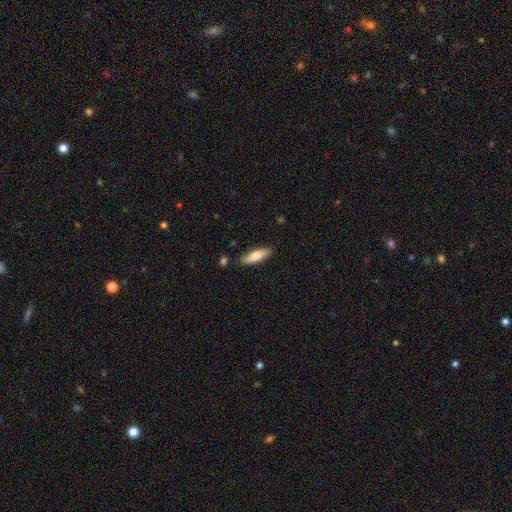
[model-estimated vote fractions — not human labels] Smooth or featured? Predicted: smooth (p=0.77). How rounded? Predicted: cigar-shaped (p=0.52). Merging? Predicted: none (p=0.82).